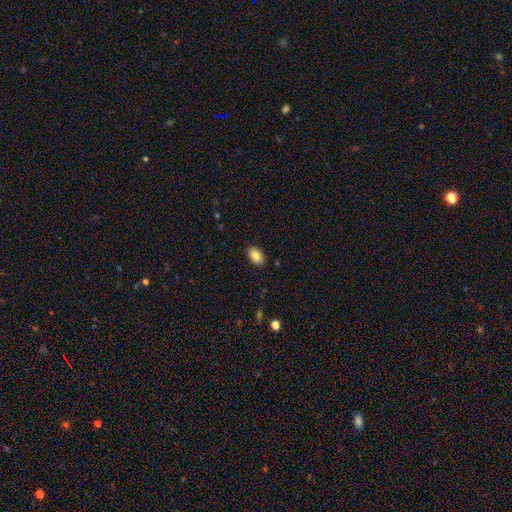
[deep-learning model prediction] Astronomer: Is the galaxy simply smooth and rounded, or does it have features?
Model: smooth — 85%.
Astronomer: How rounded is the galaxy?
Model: in between — 87%.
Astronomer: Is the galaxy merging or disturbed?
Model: none — 88%.